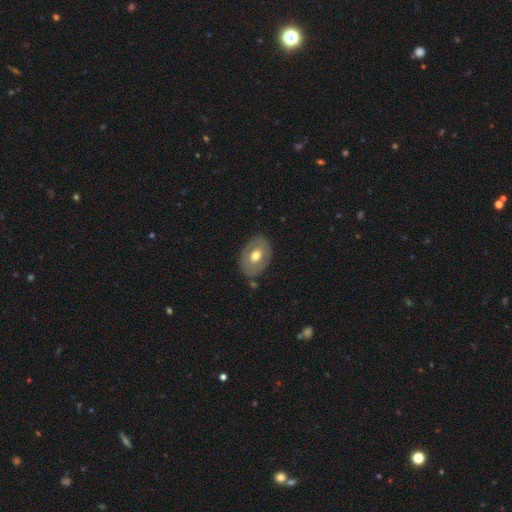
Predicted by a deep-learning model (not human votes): Overall: smooth (49%; featured or disk 45%). Merging: none (79%).